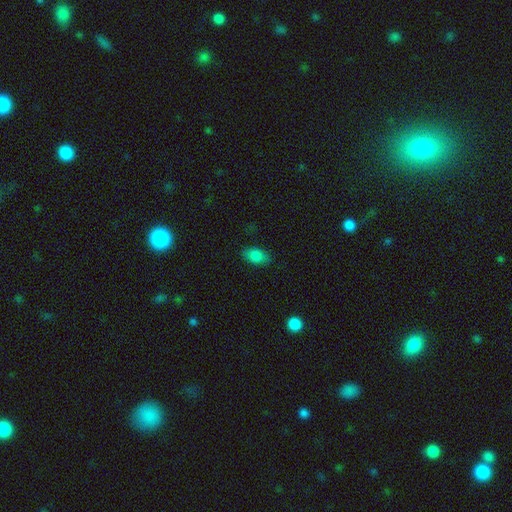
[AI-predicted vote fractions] smooth-or-featured: smooth: 84% | star or artifact: 9% | featured or disk: 7%
  how-rounded: in between: 90% | round: 8% | cigar-shaped: 3%
  merging: none: 84% | minor disturbance: 12% | major disturbance: 3% | merger: 1%